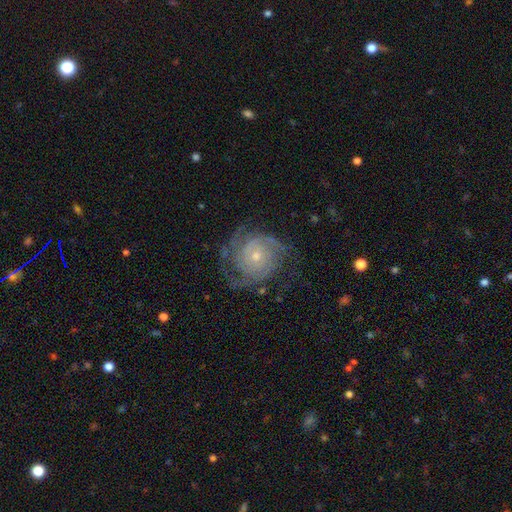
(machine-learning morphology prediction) Smooth or featured: featured or disk — 87% (smooth — 8%)
Edge-on disk: no — 98% (yes — 2%)
Bar: no — 76% (weak — 21%)
Spiral arms: yes — 97% (no — 3%)
Spiral winding: tight — 64% (medium — 29%)
Spiral arm count: 2 — 32% (3 — 25%)
Bulge size: small — 64% (moderate — 32%)
Merging: none — 68% (minor disturbance — 19%)